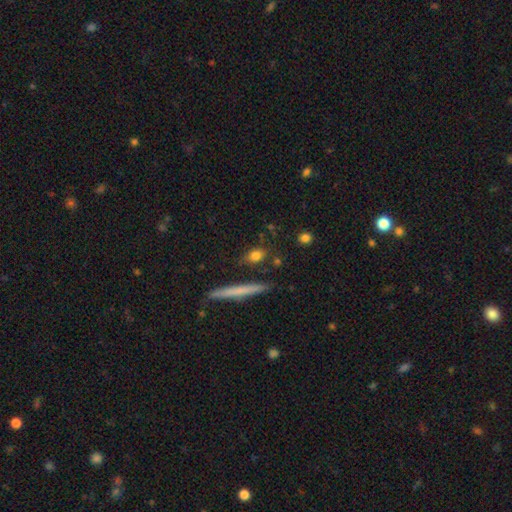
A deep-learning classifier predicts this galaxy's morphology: Overall: smooth (77%). How rounded: in between (52%; round 25%). Merging: none (78%).